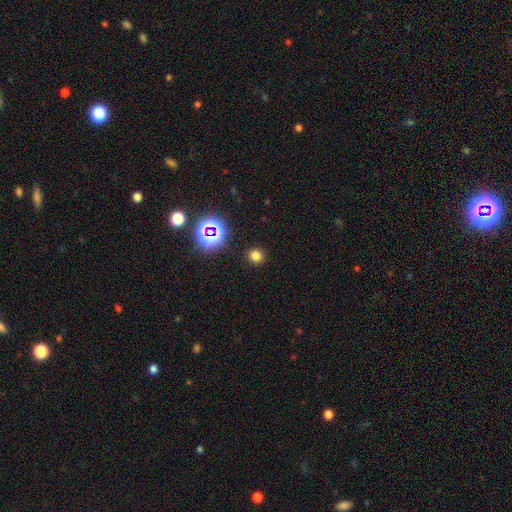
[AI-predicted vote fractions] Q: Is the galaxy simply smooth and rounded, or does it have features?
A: smooth — 73%.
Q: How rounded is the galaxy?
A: round — 92%.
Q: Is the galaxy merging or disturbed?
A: none — 91%.